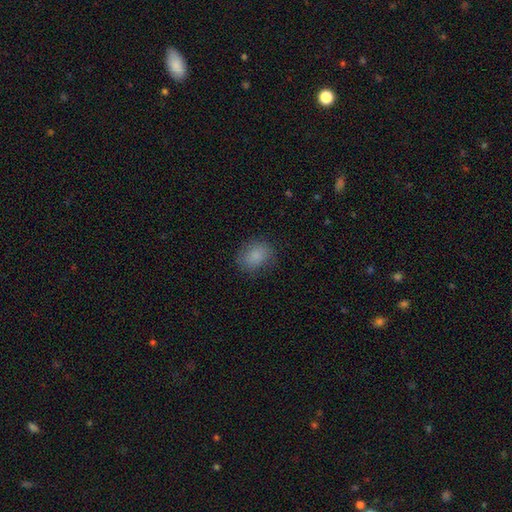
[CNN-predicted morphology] A smooth galaxy with no disk features (85%) that is round (51%).

Vote fractions:
- Smooth or featured? smooth: 85% / star or artifact: 8% / featured or disk: 7%
- How rounded? round: 51% / in between: 48% / cigar-shaped: 1%
- Merging? none: 80% / minor disturbance: 15% / major disturbance: 4% / merger: 1%